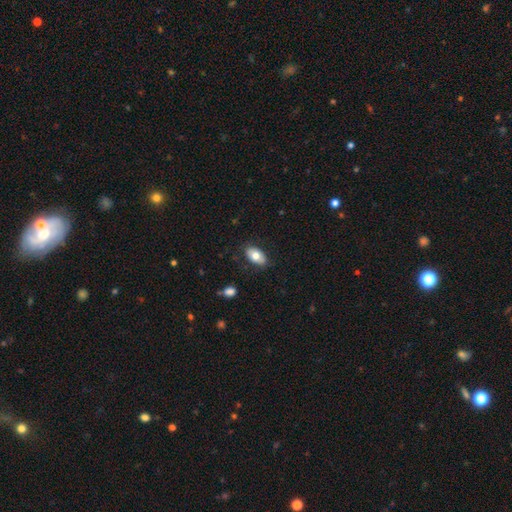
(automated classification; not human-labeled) A smooth galaxy with no disk features (73%) that is in between round and cigar-shaped (92%). Merging: none (83%).